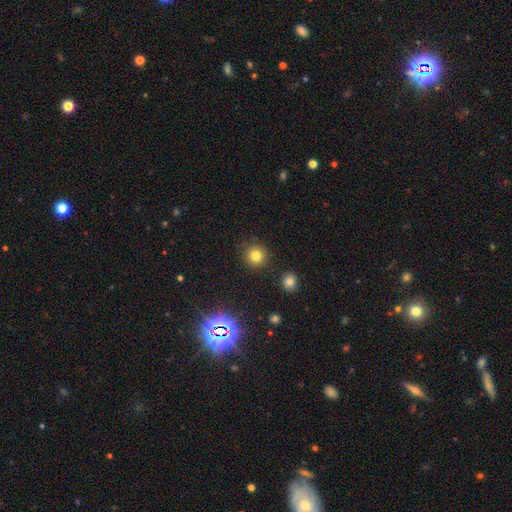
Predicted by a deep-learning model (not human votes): smooth 80%, star or artifact 13%, featured or disk 6%. Down the decision tree: how rounded — round (92%); merging — none (87%).